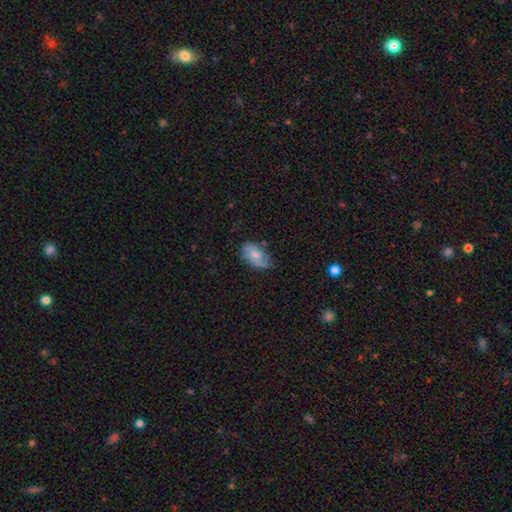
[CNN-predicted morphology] type=smooth (53%); roundness=in between (90%); merging=none (49%).